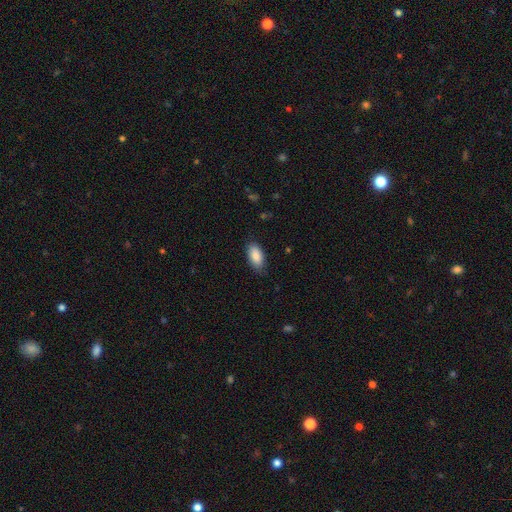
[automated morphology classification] A smooth galaxy with no disk features (88%) that is in between round and cigar-shaped (92%).

Vote fractions:
- Smooth or featured? smooth: 88% / star or artifact: 6% / featured or disk: 6%
- How rounded? in between: 92% / cigar-shaped: 5% / round: 3%
- Merging? none: 81% / minor disturbance: 15% / major disturbance: 3% / merger: 1%